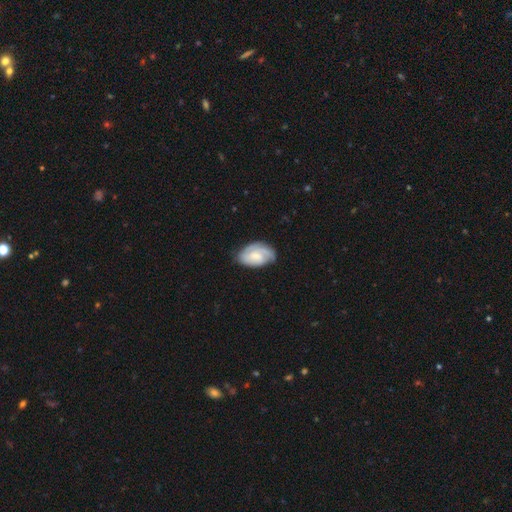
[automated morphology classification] Overall: featured or disk (62%; smooth 32%). Edge-on disk: no (96%). Bar: no (55%; weak 38%). Spiral arms: yes (88%). Spiral arm count: 2 (39%; can't tell 30%). Spiral winding: tight (57%; medium 32%). Bulge size: small (42%; moderate 38%). Merging: none (64%; minor disturbance 26%).